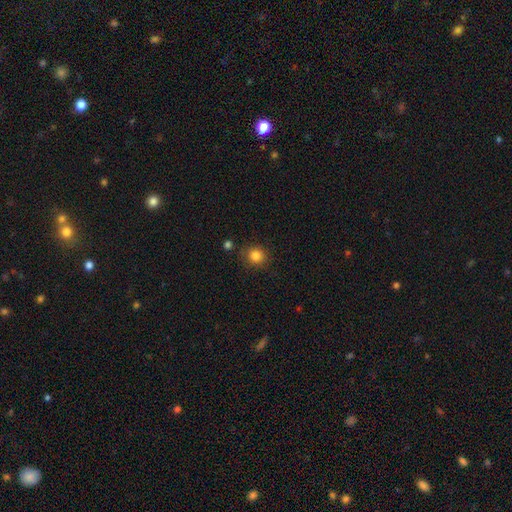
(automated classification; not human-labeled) smooth 84%, star or artifact 11%, featured or disk 5%. Down the decision tree: how rounded — round (88%); merging — none (84%).